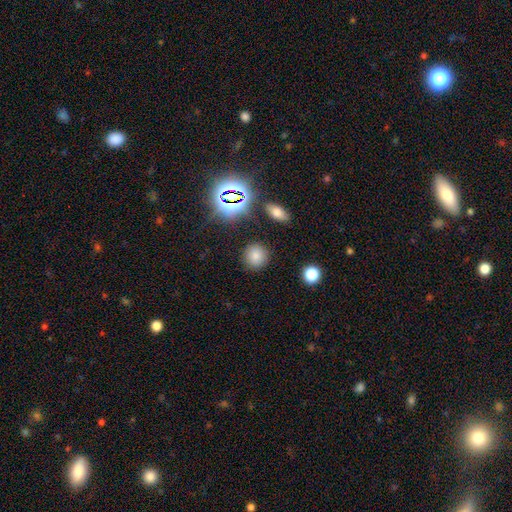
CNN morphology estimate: smooth-or-featured: smooth: 77% | star or artifact: 17% | featured or disk: 7%
  how-rounded: round: 88% | in between: 11% | cigar-shaped: 1%
  merging: none: 87% | minor disturbance: 7% | major disturbance: 3% | merger: 2%